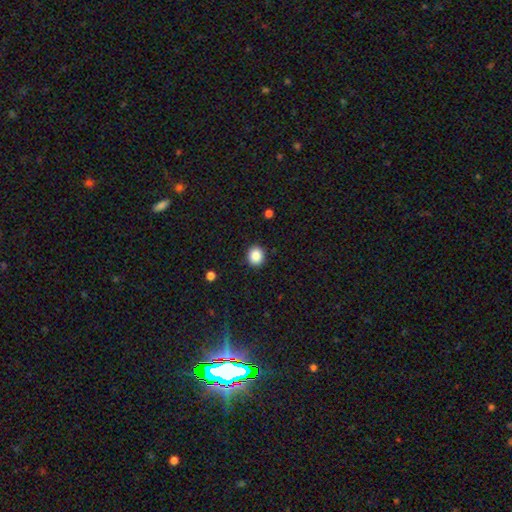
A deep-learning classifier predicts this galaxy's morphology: Smooth or featured? Predicted: smooth (p=0.88). How rounded? Predicted: round (p=0.78). Merging? Predicted: none (p=0.91).